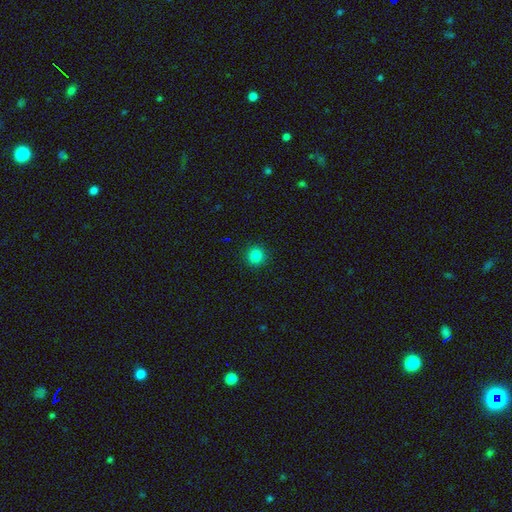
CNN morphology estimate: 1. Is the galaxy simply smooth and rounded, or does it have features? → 84% smooth, 12% star or artifact, 4% featured or disk.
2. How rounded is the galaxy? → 92% round, 7% in between, 1% cigar-shaped.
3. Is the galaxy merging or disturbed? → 92% none, 5% minor disturbance, 2% major disturbance, 1% merger.